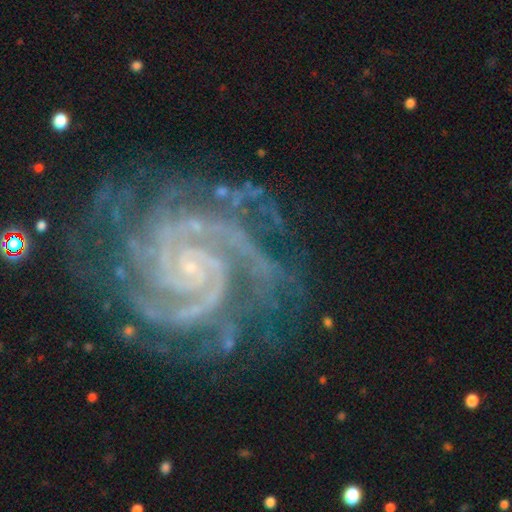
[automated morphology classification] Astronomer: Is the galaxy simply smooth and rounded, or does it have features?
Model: featured or disk — 93%.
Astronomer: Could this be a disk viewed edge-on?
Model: no — 98%.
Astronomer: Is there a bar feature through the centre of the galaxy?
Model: no — 65%.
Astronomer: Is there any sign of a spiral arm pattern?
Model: yes — 99%.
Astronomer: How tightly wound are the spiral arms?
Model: tight — 79%.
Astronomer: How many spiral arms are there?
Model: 2 — 40% (runner-up: 3, 19%).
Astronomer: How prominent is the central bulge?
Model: small — 85%.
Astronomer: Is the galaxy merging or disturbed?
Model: none — 73%.